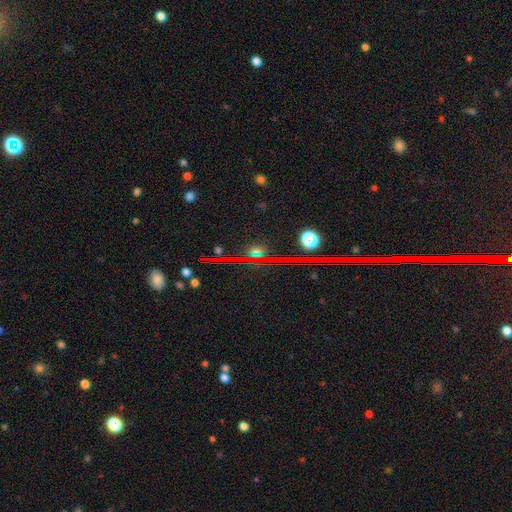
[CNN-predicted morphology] The model was most divided on "smooth or featured": star or artifact: 65%, smooth: 20%, featured or disk: 15%.